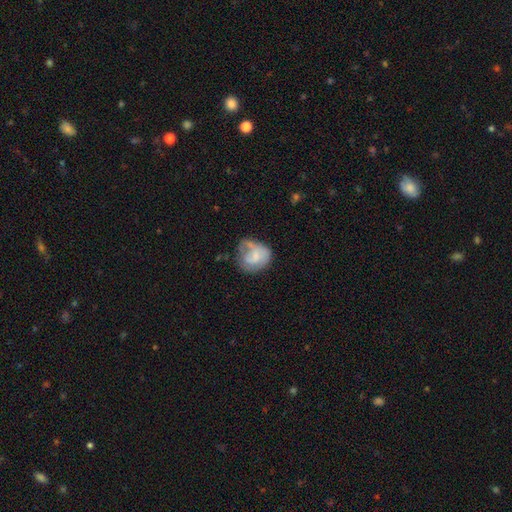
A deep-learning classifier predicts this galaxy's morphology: A smooth galaxy with no disk features (52%) that is round (64%).

Vote fractions:
- Smooth or featured? smooth: 52% / featured or disk: 41% / star or artifact: 8%
- How rounded? round: 64% / in between: 35% / cigar-shaped: 1%
- Merging? none: 39% / minor disturbance: 30% / major disturbance: 25% / merger: 6%